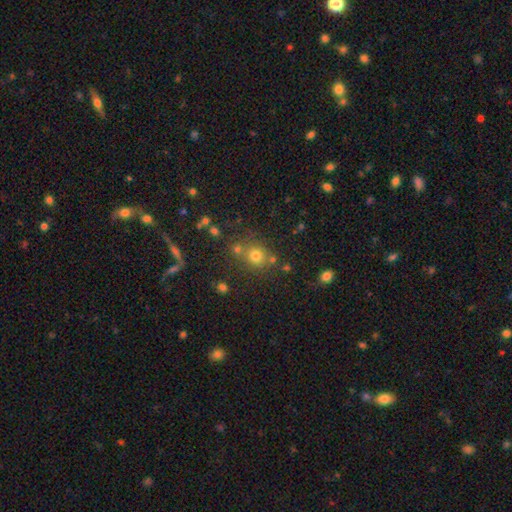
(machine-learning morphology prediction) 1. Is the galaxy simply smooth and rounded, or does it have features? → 72% smooth, 19% star or artifact, 9% featured or disk.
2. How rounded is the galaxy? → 81% round, 18% in between, 1% cigar-shaped.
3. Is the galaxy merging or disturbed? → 68% none, 16% merger, 11% minor disturbance, 5% major disturbance.